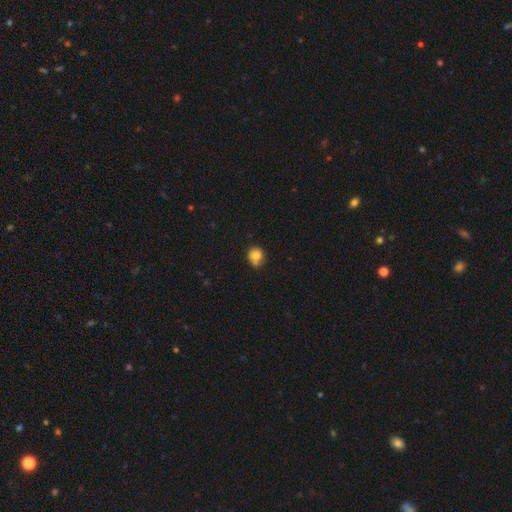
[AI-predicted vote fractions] Smooth or featured?
  - smooth: 79% *
  - star or artifact: 11%
  - featured or disk: 10%
How rounded?
  - round: 84% *
  - in between: 15%
  - cigar-shaped: 1%
Merging?
  - none: 56% *
  - minor disturbance: 23%
  - merger: 15%
  - major disturbance: 5%